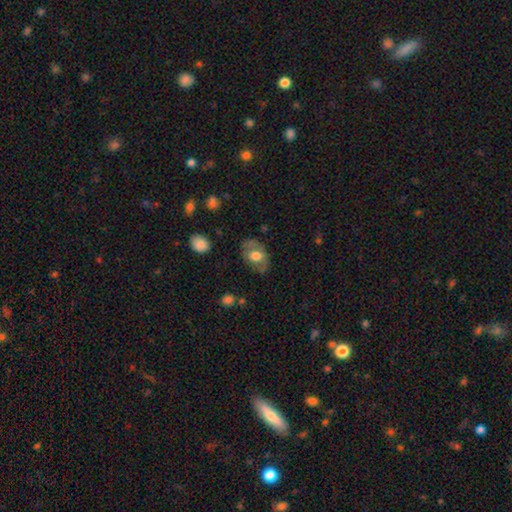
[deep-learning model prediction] This appears to be a smooth galaxy with no disk features (53%) that is in between round and cigar-shaped (75%). Merging: none (67%).